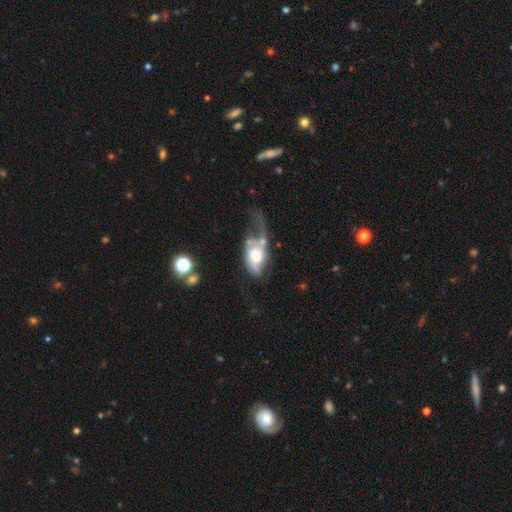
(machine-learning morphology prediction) A featured or disk galaxy (65%) with no bar (72%), spiral arms (77%) and a moderate central bulge (45%).

Vote fractions:
- Smooth or featured? featured or disk: 65% / smooth: 28% / star or artifact: 7%
- Edge-on disk? no: 94% / yes: 6%
- Bar? no: 72% / weak: 23% / strong: 5%
- Spiral arms? yes: 77% / no: 23%
- Bulge size? moderate: 45% / large: 32% / small: 13% / dominant: 5% / none: 4%
- Merging? major disturbance: 53% / minor disturbance: 17% / none: 16% / merger: 14%